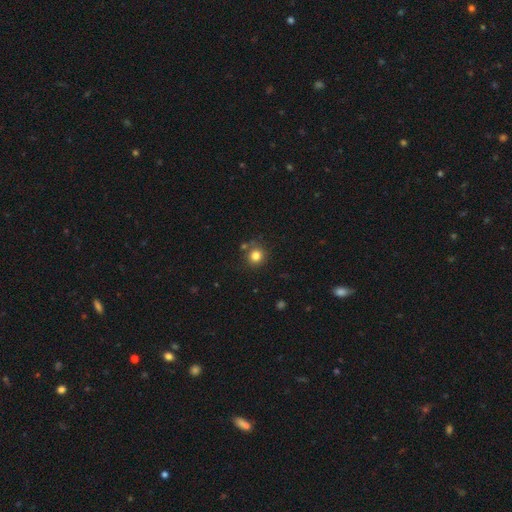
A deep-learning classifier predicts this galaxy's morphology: smooth-or-featured: smooth: 81% | star or artifact: 12% | featured or disk: 7%
  how-rounded: round: 89% | in between: 10% | cigar-shaped: 1%
  merging: none: 77% | minor disturbance: 12% | merger: 8% | major disturbance: 4%